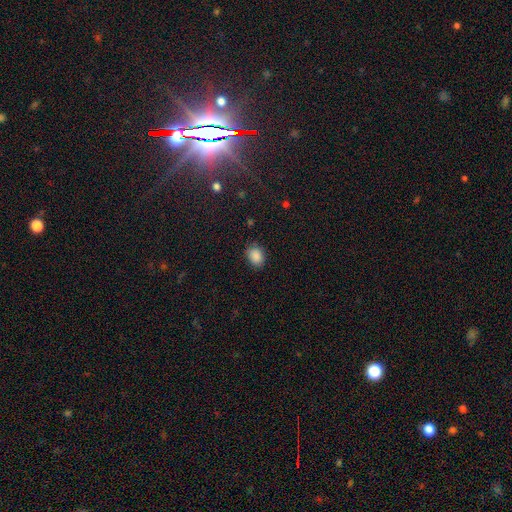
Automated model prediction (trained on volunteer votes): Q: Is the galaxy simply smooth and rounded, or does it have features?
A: smooth — 88%.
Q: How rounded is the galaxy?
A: in between — 65%.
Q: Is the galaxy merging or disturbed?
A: none — 83%.